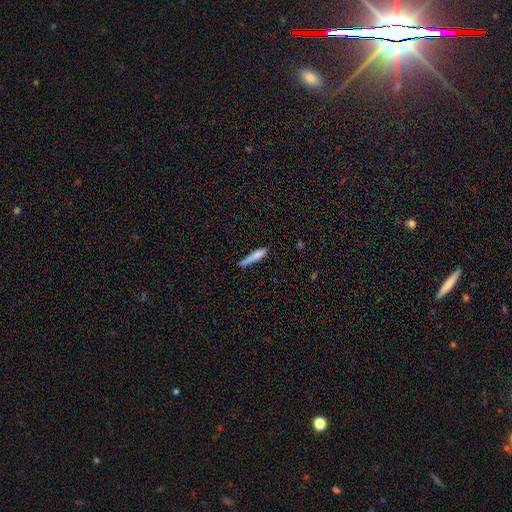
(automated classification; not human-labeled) Smooth or featured: smooth — 72% (featured or disk — 20%)
How rounded: cigar-shaped — 89% (in between — 10%)
Merging: none — 61% (minor disturbance — 25%)